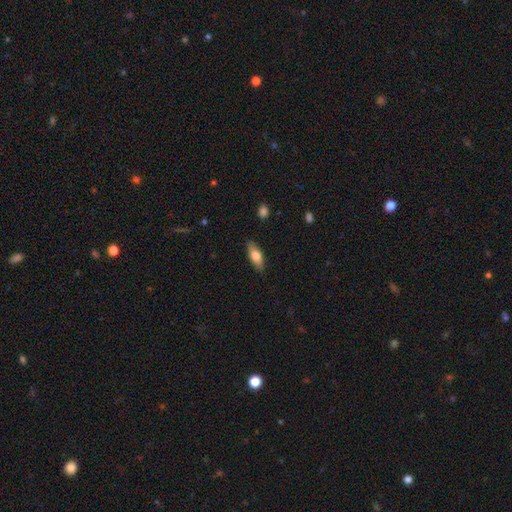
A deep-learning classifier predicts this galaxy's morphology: Smooth or featured: smooth — 72% (featured or disk — 22%)
How rounded: in between — 70% (cigar-shaped — 28%)
Merging: none — 85% (minor disturbance — 11%)